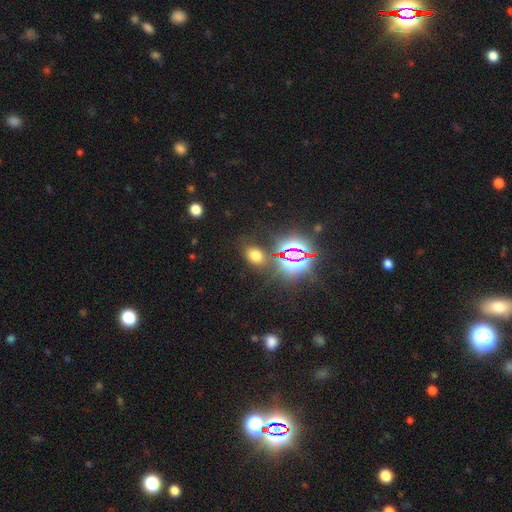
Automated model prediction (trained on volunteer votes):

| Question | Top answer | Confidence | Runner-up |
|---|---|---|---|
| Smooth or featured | smooth | 58% | star or artifact (34%) |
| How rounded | in between | 71% | round (27%) |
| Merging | none | 79% | minor disturbance (11%) |